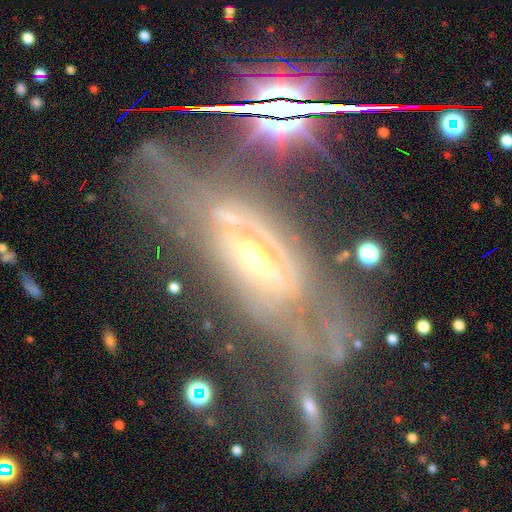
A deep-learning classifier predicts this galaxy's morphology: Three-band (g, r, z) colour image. It shows a featured or disk galaxy (80%) with no bar (62%), spiral arms (68%) and a moderate central bulge (63%). Merging: major disturbance (37%).